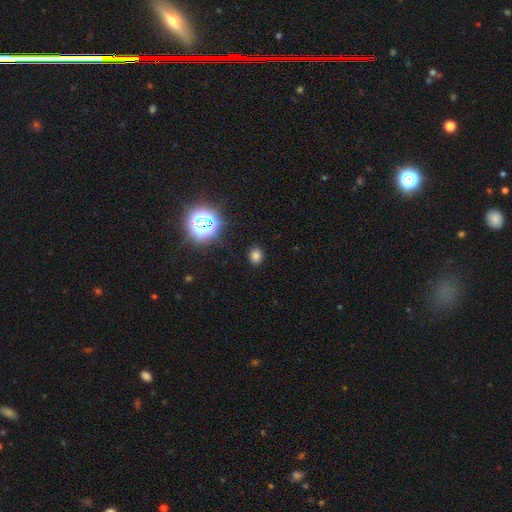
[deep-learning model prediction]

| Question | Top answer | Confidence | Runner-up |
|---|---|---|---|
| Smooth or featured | smooth | 72% | star or artifact (23%) |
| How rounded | round | 57% | in between (42%) |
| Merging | none | 88% | minor disturbance (8%) |